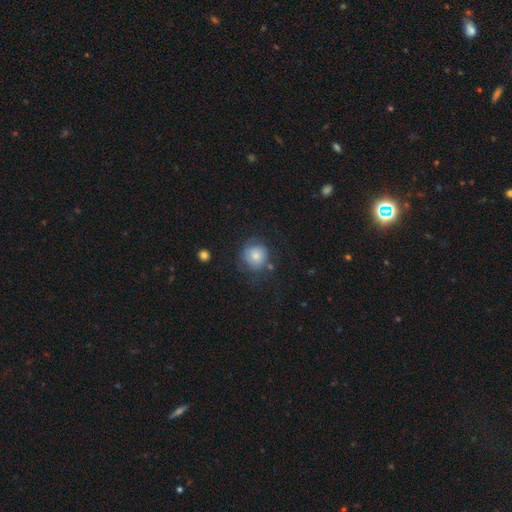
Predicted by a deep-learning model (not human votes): Smooth or featured? smooth (65%)
How rounded? round (89%)
Merging? none (64%)